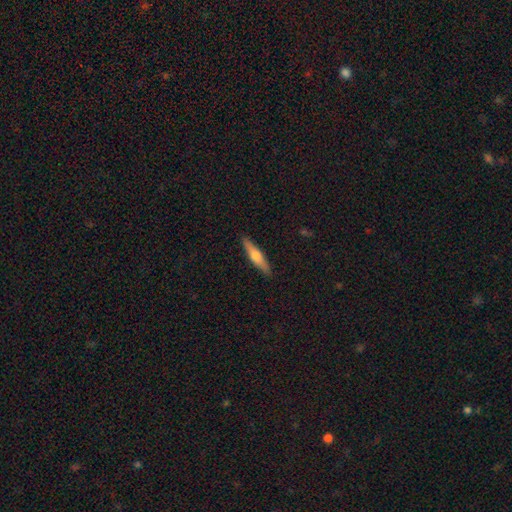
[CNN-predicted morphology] Smooth or featured? smooth (51%)
How rounded? cigar-shaped (82%)
Merging? none (90%)